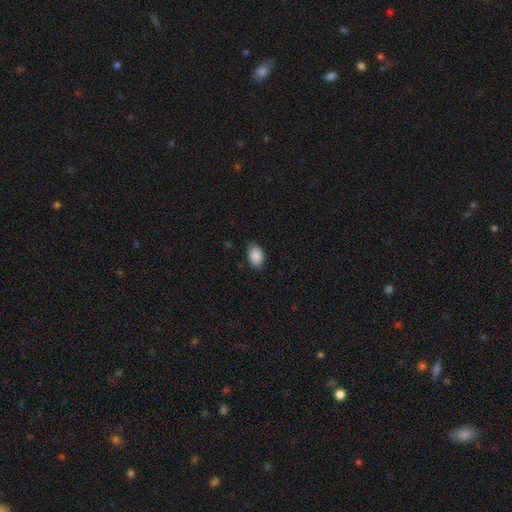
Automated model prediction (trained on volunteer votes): smooth 89%, star or artifact 7%, featured or disk 4%. Down the decision tree: how rounded — in between (84%); merging — none (75%).